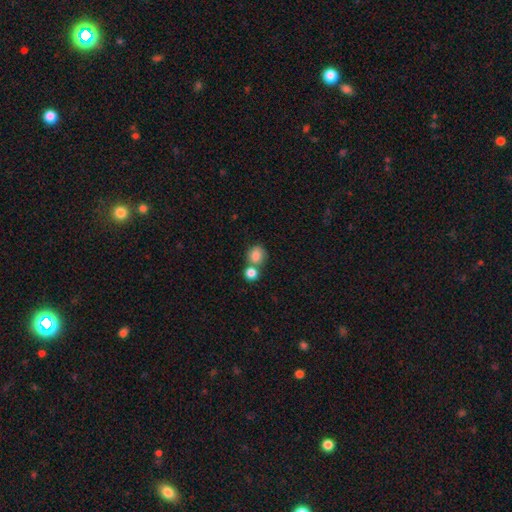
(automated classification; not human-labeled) Smooth or featured? smooth (83%)
How rounded? round (75%)
Merging? none (48%)